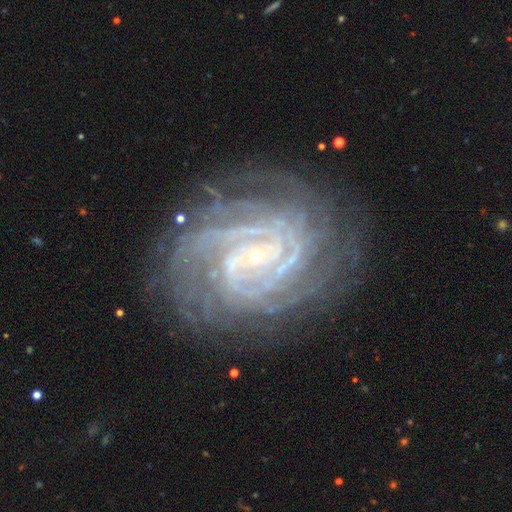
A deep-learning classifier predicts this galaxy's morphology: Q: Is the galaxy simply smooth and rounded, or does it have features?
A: featured or disk — 90%.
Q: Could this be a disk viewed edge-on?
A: no — 97%.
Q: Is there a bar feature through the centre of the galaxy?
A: no — 47%.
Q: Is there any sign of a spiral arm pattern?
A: yes — 98%.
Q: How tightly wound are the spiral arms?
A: tight — 77%.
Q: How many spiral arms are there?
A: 4 — 21%, tied with more than 4.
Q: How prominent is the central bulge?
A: small — 88%.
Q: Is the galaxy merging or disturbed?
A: none — 79%.